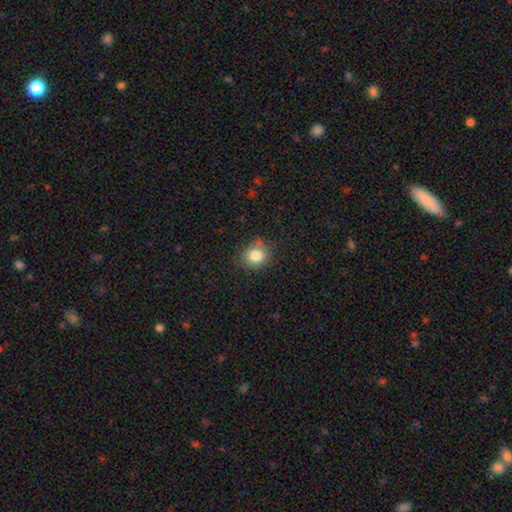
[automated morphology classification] Smooth or featured? Predicted: smooth (p=0.82). How rounded? Predicted: round (p=0.75). Merging? Predicted: none (p=0.79).